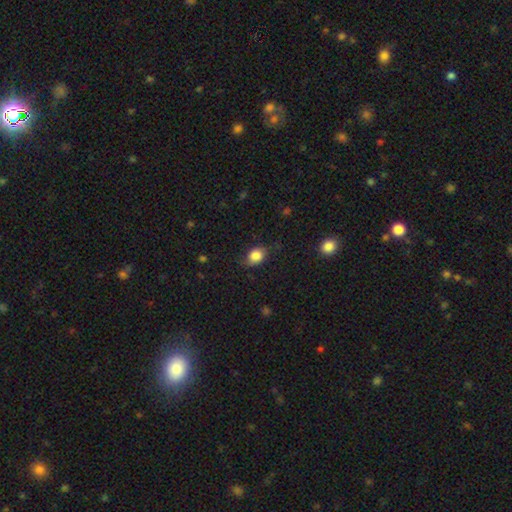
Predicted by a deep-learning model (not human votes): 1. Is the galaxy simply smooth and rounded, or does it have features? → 82% smooth, 9% featured or disk, 9% star or artifact.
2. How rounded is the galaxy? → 62% in between, 36% round, 2% cigar-shaped.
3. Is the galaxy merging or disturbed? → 71% none, 22% minor disturbance, 6% major disturbance, 1% merger.